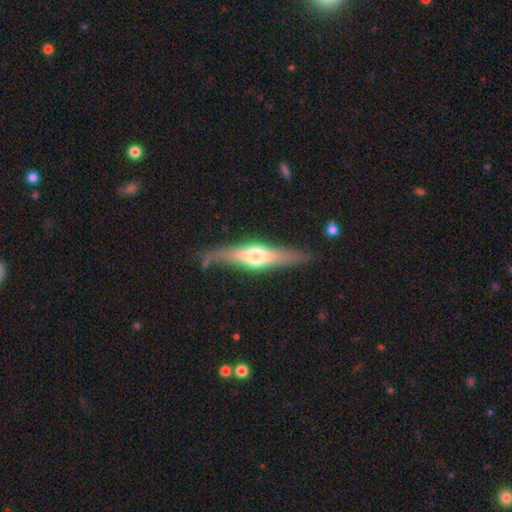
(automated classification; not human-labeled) Overall: featured or disk (67%; smooth 28%). Edge-on disk: yes (94%). Edge-on bulge: rounded (89%). Merging: none (81%).